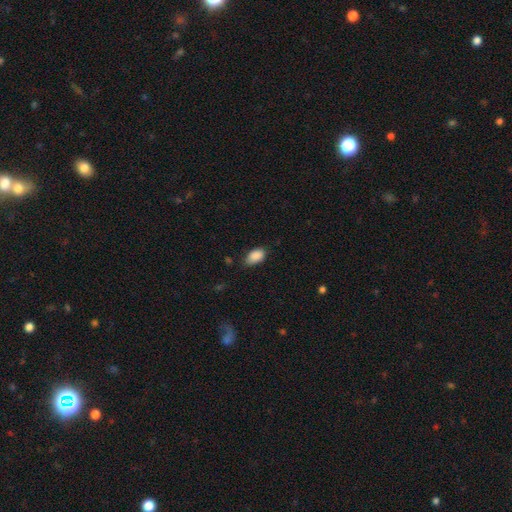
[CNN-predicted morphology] This appears to be a smooth galaxy with no disk features (89%) that is in between round and cigar-shaped (92%). Merging: none (71%).